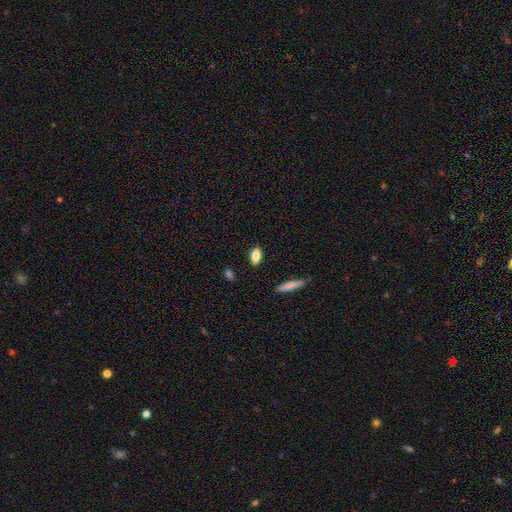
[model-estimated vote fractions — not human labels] The model was most divided on "smooth or featured": smooth: 82%, featured or disk: 11%, star or artifact: 8%. More confident: merging — none (86%); how rounded — in between (84%).